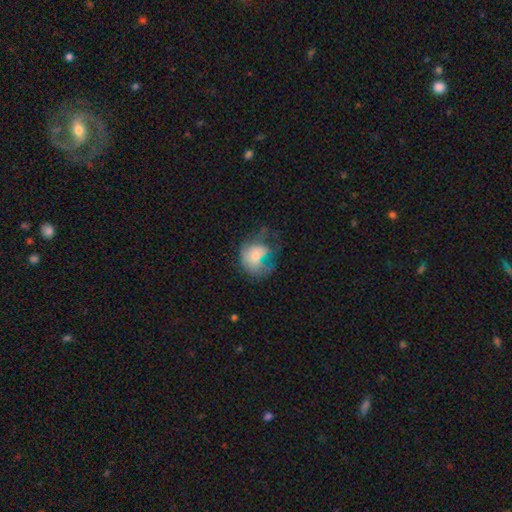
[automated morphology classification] Smooth or featured? smooth (60%)
How rounded? round (53%)
Merging? major disturbance (45%)